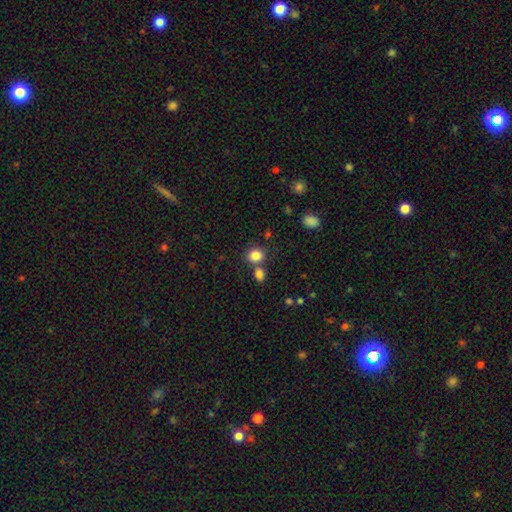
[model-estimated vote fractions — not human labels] A smooth galaxy with no disk features (84%) that is round (69%). Merging: none (62%).